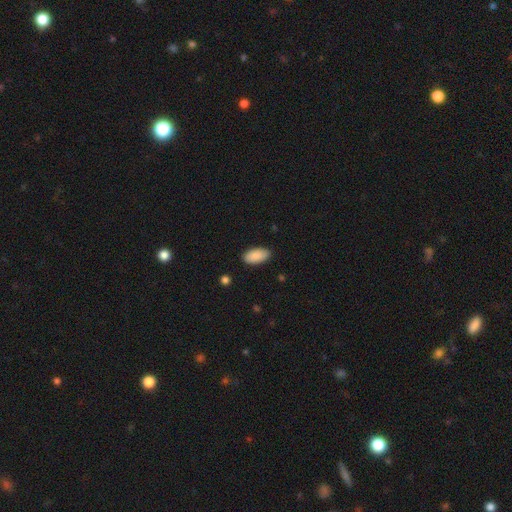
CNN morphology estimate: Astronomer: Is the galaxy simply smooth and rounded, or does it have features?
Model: smooth — 89%.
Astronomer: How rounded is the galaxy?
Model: in between — 94%.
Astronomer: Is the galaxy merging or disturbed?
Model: none — 87%.